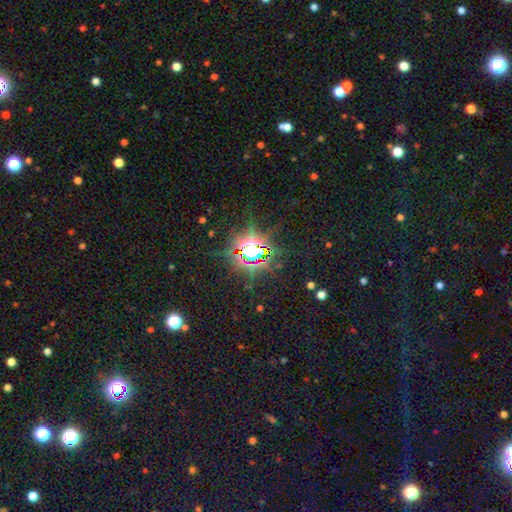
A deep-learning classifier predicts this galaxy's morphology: star or artifact 79%, smooth 12%, featured or disk 9%.